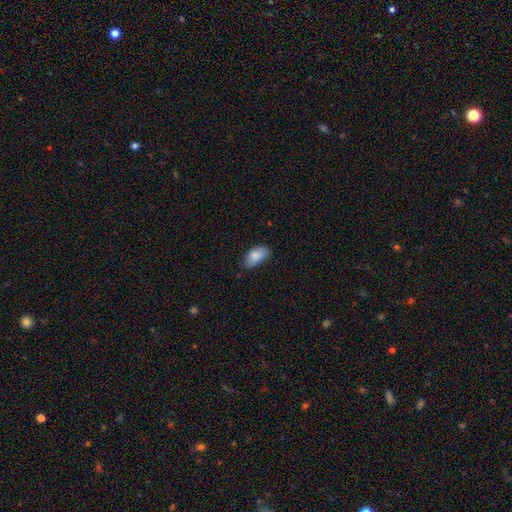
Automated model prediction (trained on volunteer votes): Q: Smooth or featured?
A: smooth (86%); runner-up: featured or disk (8%)
Q: How rounded?
A: in between (94%); runner-up: round (3%)
Q: Merging?
A: none (72%); runner-up: minor disturbance (23%)